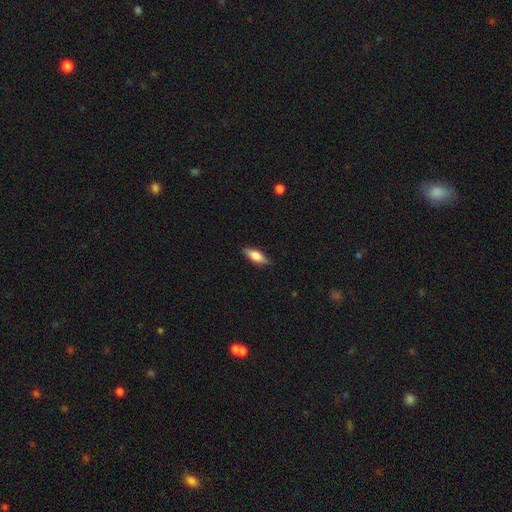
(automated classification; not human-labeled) Q: Smooth or featured?
A: smooth (70%); runner-up: featured or disk (23%)
Q: How rounded?
A: in between (63%); runner-up: cigar-shaped (34%)
Q: Merging?
A: none (86%); runner-up: minor disturbance (11%)